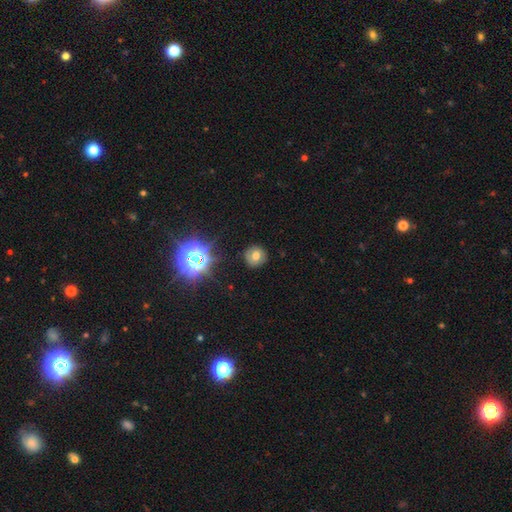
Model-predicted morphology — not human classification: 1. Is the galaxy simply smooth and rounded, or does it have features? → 62% smooth, 21% star or artifact, 18% featured or disk.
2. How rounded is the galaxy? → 89% round, 10% in between, 1% cigar-shaped.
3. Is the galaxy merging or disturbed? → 86% none, 9% minor disturbance, 3% major disturbance, 2% merger.